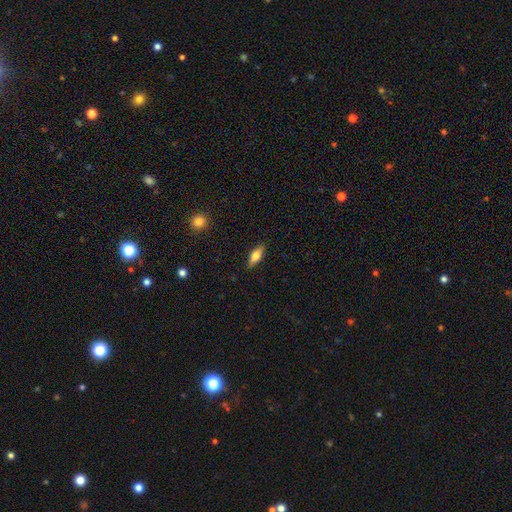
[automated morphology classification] Smooth or featured: smooth — 58% (featured or disk — 35%)
How rounded: in between — 57% (cigar-shaped — 40%)
Merging: none — 87% (minor disturbance — 9%)